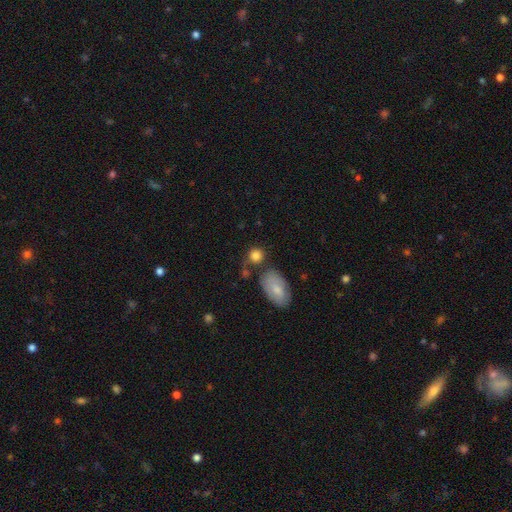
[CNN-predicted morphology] Smooth or featured?
  - smooth: 84% *
  - star or artifact: 8%
  - featured or disk: 8%
How rounded?
  - round: 77% *
  - in between: 21%
  - cigar-shaped: 2%
Merging?
  - none: 65% *
  - merger: 16%
  - minor disturbance: 14%
  - major disturbance: 5%